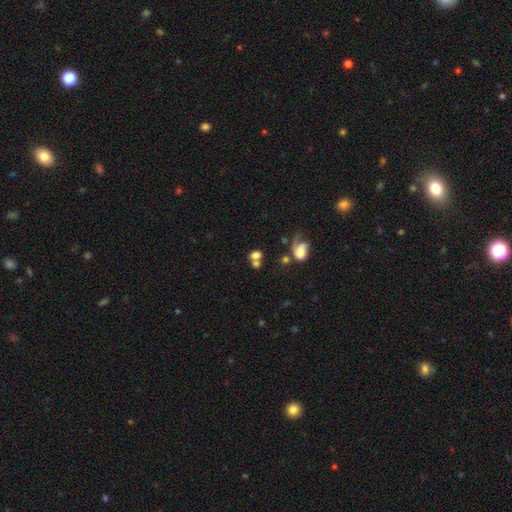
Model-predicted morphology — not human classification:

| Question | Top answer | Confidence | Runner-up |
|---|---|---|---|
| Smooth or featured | smooth | 70% | featured or disk (15%) |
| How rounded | round | 55% | in between (42%) |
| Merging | merger | 42% | none (38%) |